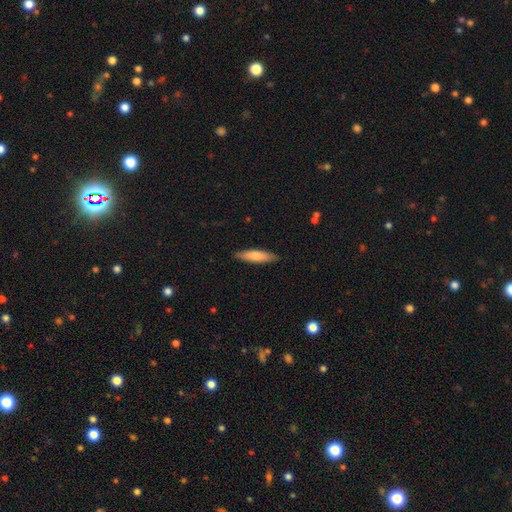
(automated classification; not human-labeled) Morphology: type=smooth (74%); roundness=cigar-shaped (73%); merging=none (88%).